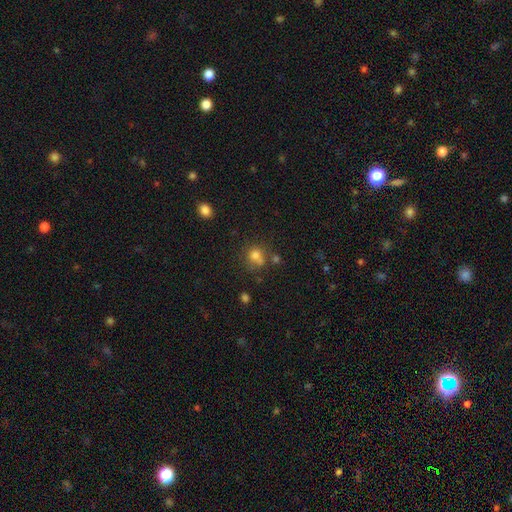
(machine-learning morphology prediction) This appears to be a smooth galaxy with no disk features (74%) that is round (79%). Merging: none (53%).